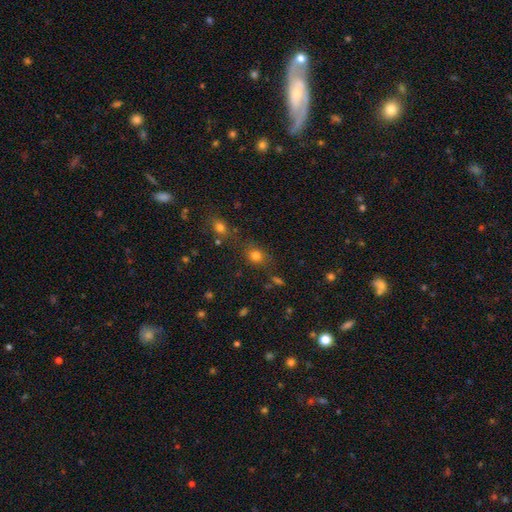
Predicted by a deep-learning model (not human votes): Q: Smooth or featured?
A: smooth (76%); runner-up: star or artifact (16%)
Q: How rounded?
A: round (72%); runner-up: in between (27%)
Q: Merging?
A: none (69%); runner-up: minor disturbance (13%)